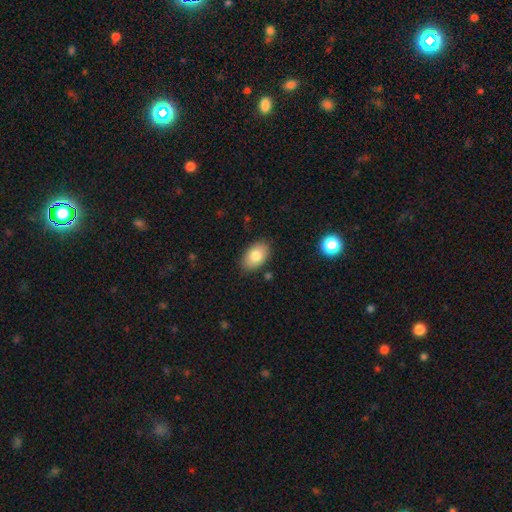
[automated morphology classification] smooth 81%, featured or disk 12%, star or artifact 7%. Down the decision tree: how rounded — in between (90%); merging — none (85%).